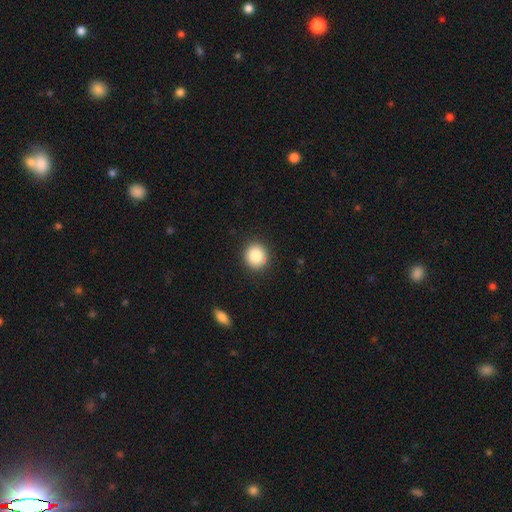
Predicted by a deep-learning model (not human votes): Smooth or featured? Predicted: smooth (p=0.86). How rounded? Predicted: round (p=0.89). Merging? Predicted: none (p=0.90).